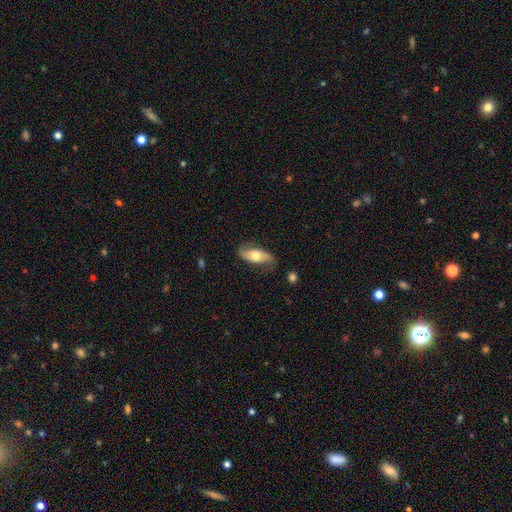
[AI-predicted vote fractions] Smooth or featured?
  - featured or disk: 54% *
  - smooth: 40%
  - star or artifact: 6%
Edge-on disk?
  - no: 81% *
  - yes: 19%
Merging?
  - none: 69% *
  - minor disturbance: 22%
  - major disturbance: 7%
  - merger: 2%